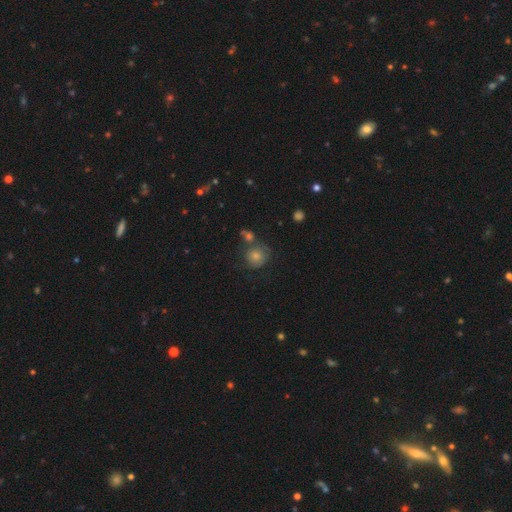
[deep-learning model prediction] This appears to be a smooth galaxy with no disk features (59%) that is round (88%). Merging: none (70%).